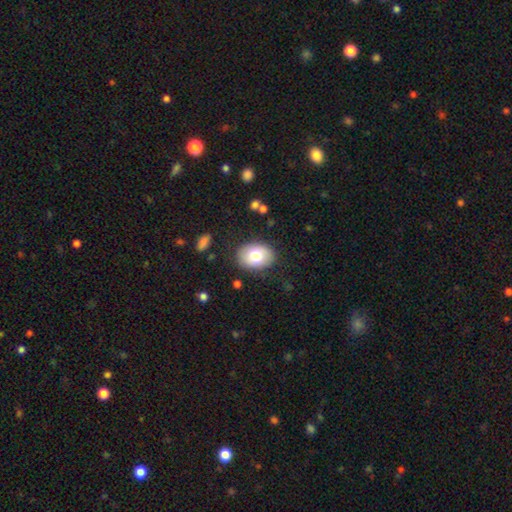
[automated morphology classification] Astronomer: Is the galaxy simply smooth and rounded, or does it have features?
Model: smooth — 76%.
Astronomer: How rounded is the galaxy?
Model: in between — 73%.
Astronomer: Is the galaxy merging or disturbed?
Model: none — 84%.